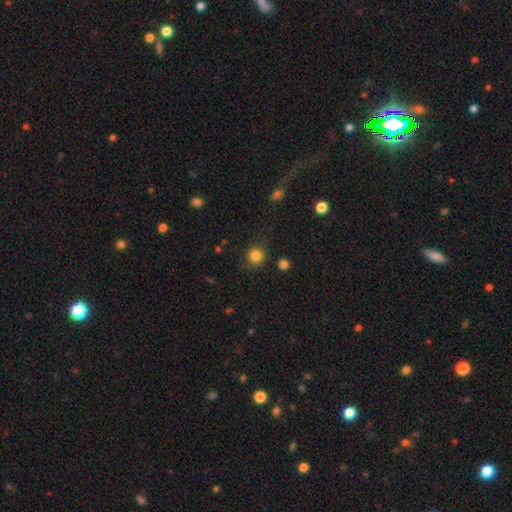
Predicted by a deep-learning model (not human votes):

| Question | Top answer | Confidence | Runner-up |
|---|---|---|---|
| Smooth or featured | smooth | 83% | star or artifact (12%) |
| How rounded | round | 90% | in between (9%) |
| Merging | none | 82% | minor disturbance (11%) |